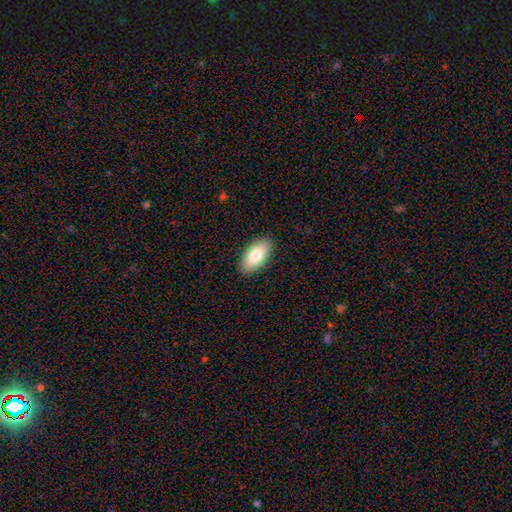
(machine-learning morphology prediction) Q: Smooth or featured?
A: smooth (81%); runner-up: featured or disk (12%)
Q: How rounded?
A: in between (93%); runner-up: cigar-shaped (5%)
Q: Merging?
A: none (89%); runner-up: minor disturbance (8%)